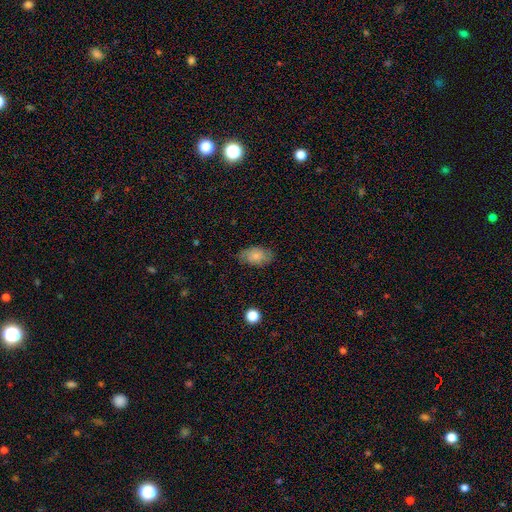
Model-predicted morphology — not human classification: This appears to be a smooth galaxy with no disk features (79%) that is in between round and cigar-shaped (91%). Merging: none (75%).